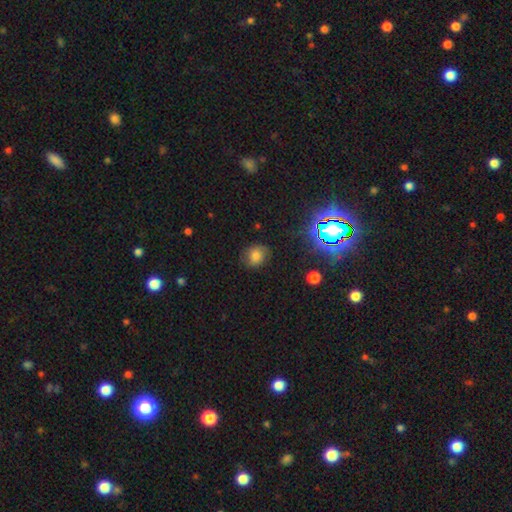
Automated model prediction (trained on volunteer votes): Smooth or featured?
  - smooth: 68% *
  - star or artifact: 17%
  - featured or disk: 15%
How rounded?
  - round: 67% *
  - in between: 32%
  - cigar-shaped: 1%
Merging?
  - none: 75% *
  - minor disturbance: 18%
  - major disturbance: 6%
  - merger: 1%